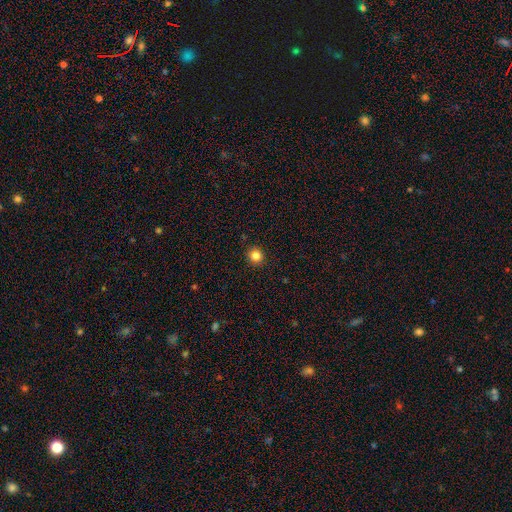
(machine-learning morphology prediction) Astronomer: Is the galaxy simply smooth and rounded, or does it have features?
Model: smooth — 85%.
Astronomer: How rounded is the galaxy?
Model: round — 93%.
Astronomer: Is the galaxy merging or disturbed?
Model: none — 92%.